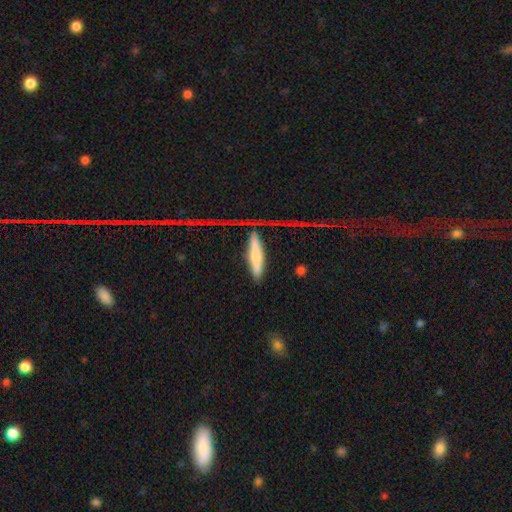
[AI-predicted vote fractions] The model was most divided on "smooth or featured": smooth: 58%, featured or disk: 35%, star or artifact: 7%. More confident: how rounded — cigar-shaped (78%); merging — none (57%).